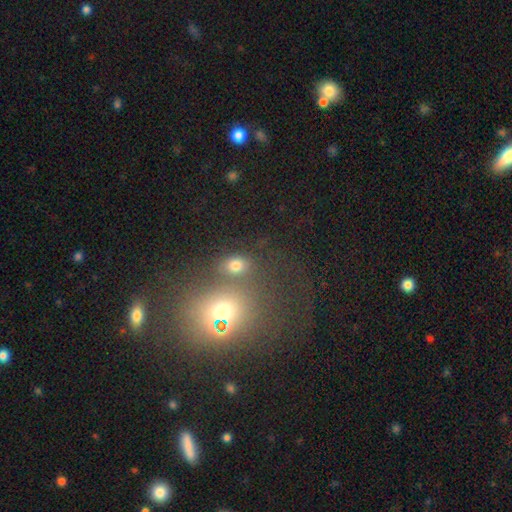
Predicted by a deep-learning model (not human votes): The model was most divided on "merging": none: 49%, merger: 32%, minor disturbance: 12%, major disturbance: 7%. More confident: how rounded — round (62%); smooth or featured — smooth (54%).